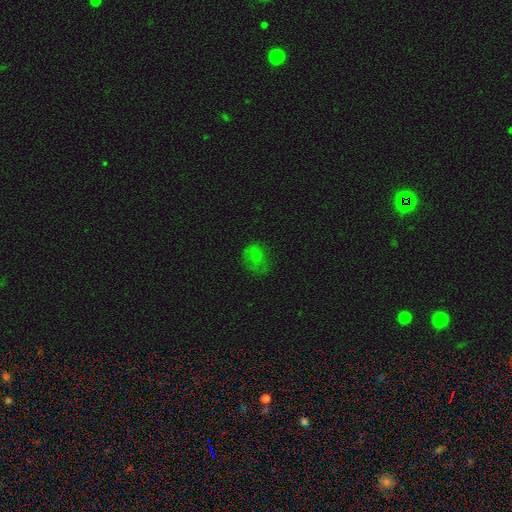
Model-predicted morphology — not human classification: smooth 62%, featured or disk 20%, star or artifact 18%. Down the decision tree: how rounded — round (53%); merging — none (55%).